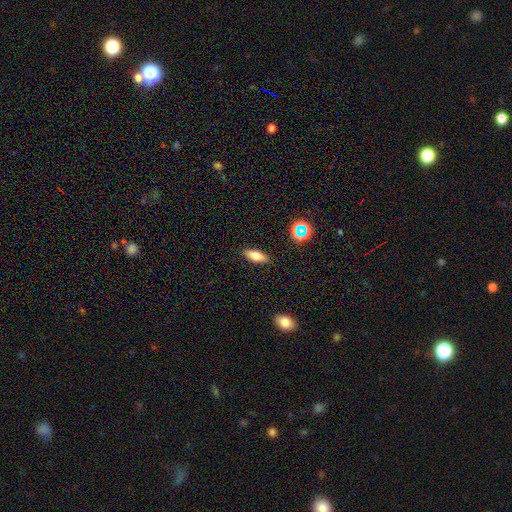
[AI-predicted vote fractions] Smooth or featured: smooth — 73% (featured or disk — 17%)
How rounded: in between — 71% (cigar-shaped — 25%)
Merging: none — 88% (minor disturbance — 9%)